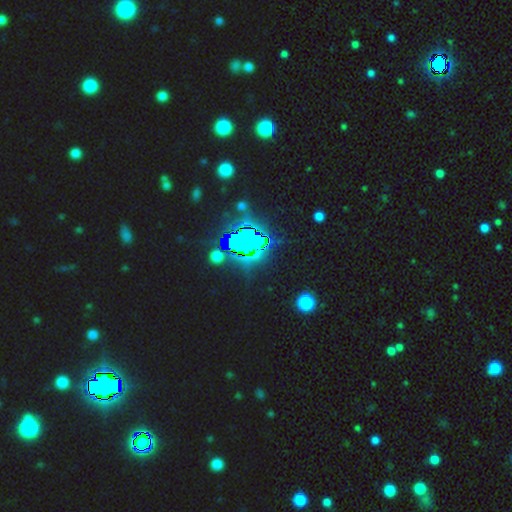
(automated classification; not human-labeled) A star or artifact, not a galaxy (75%).

Vote fractions:
- Smooth or featured? star or artifact: 75% / smooth: 15% / featured or disk: 10%